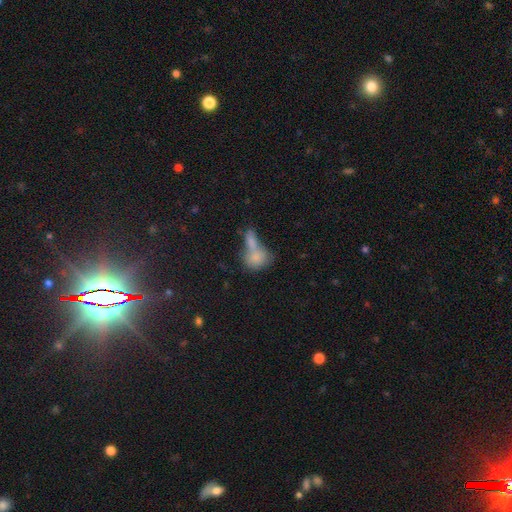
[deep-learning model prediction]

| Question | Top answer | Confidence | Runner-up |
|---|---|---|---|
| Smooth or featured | smooth | 79% | featured or disk (12%) |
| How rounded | in between | 56% | round (40%) |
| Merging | merger | 64% | none (23%) |